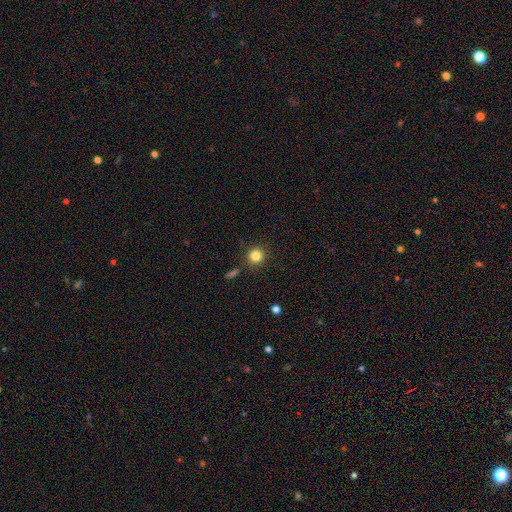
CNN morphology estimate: A smooth galaxy with no disk features (84%) that is round (93%).

Vote fractions:
- Smooth or featured? smooth: 84% / star or artifact: 11% / featured or disk: 5%
- How rounded? round: 93% / in between: 6% / cigar-shaped: 1%
- Merging? none: 88% / minor disturbance: 7% / merger: 3% / major disturbance: 2%